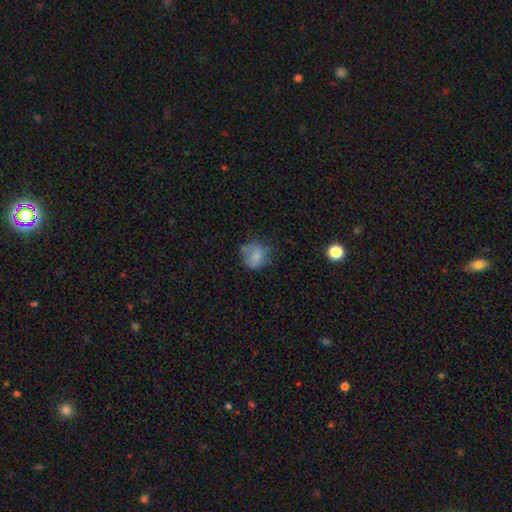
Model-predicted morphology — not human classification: Smooth or featured? smooth (73%)
How rounded? round (74%)
Merging? none (52%)